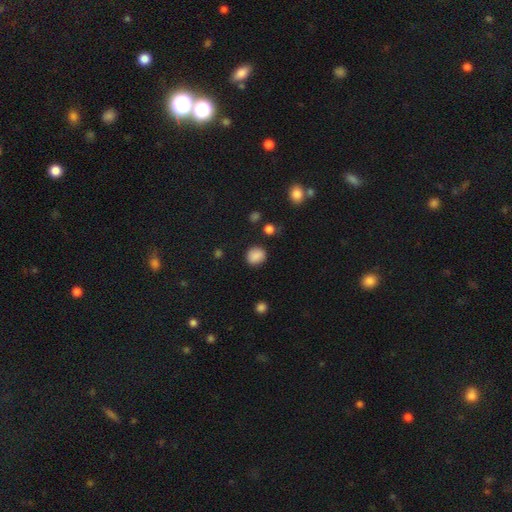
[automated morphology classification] This appears to be a smooth galaxy with no disk features (86%) that is round (75%). Merging: none (85%).